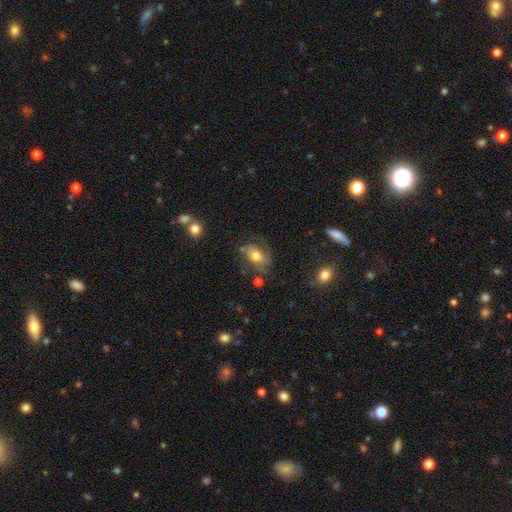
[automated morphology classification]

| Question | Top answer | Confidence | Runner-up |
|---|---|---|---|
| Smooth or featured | smooth | 49% | featured or disk (42%) |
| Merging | none | 49% | minor disturbance (25%) |